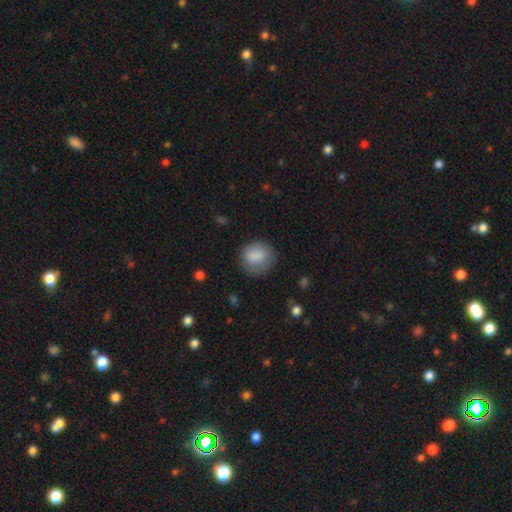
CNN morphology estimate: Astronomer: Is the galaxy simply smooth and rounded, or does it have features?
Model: smooth — 83%.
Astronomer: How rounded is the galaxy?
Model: round — 79%.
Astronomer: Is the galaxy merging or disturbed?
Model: none — 73%.